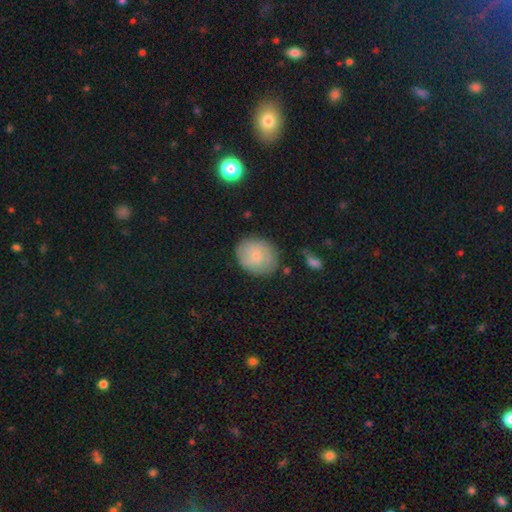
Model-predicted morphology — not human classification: Q: Smooth or featured?
A: smooth (57%); runner-up: featured or disk (35%)
Q: How rounded?
A: round (56%); runner-up: in between (43%)
Q: Merging?
A: none (75%); runner-up: minor disturbance (18%)